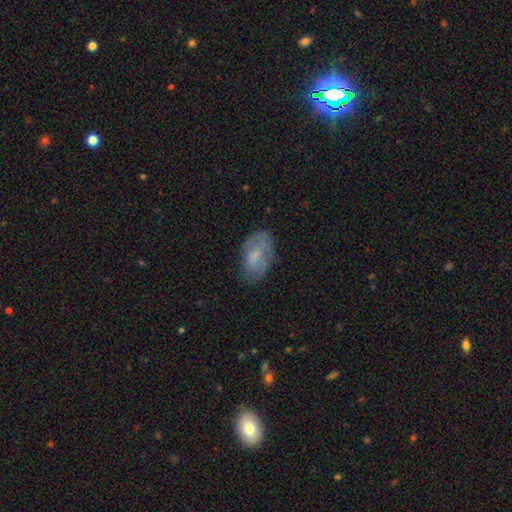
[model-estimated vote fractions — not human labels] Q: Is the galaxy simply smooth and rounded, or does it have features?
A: smooth — 68%.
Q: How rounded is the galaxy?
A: in between — 93%.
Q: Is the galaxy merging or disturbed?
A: none — 68%.